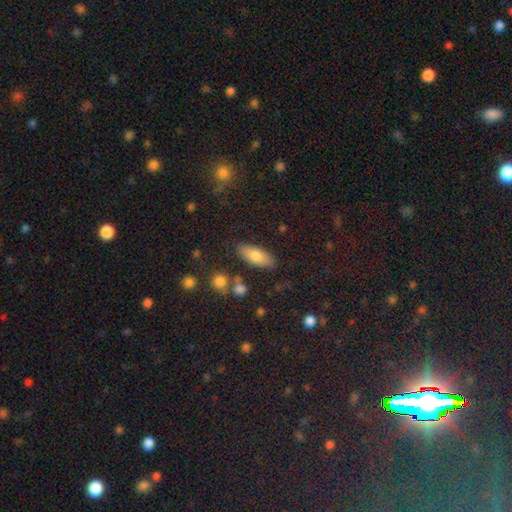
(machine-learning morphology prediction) Smooth or featured: smooth — 75% (featured or disk — 17%)
How rounded: in between — 78% (cigar-shaped — 19%)
Merging: none — 83% (minor disturbance — 11%)